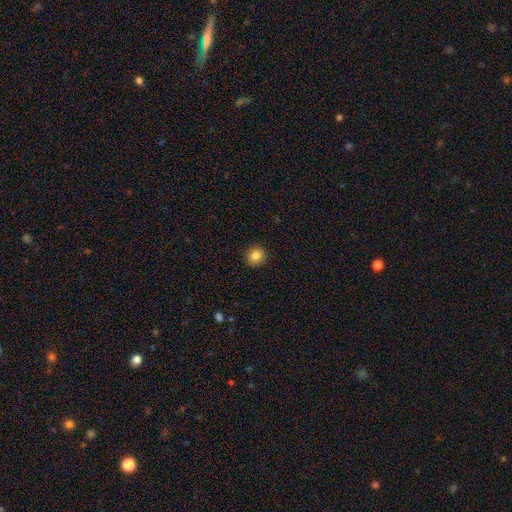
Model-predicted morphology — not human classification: Smooth or featured? smooth (86%)
How rounded? round (85%)
Merging? none (91%)